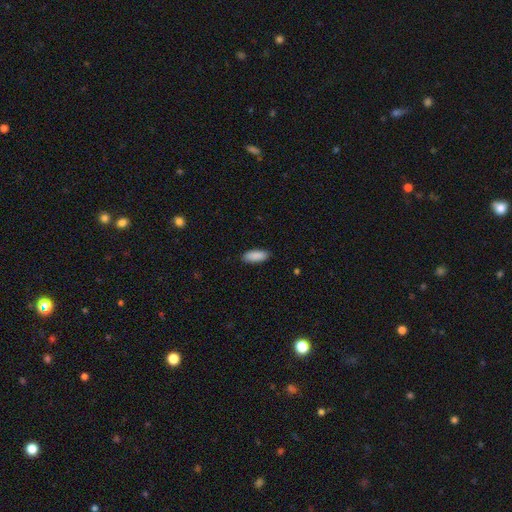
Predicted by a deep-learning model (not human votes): A smooth galaxy with no disk features (90%) that is in between round and cigar-shaped (77%). Merging: none (88%).